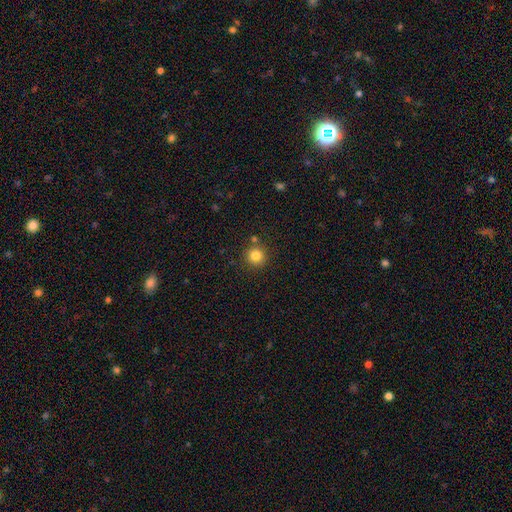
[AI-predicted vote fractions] Q: Smooth or featured?
A: smooth (82%); runner-up: star or artifact (12%)
Q: How rounded?
A: round (94%); runner-up: in between (5%)
Q: Merging?
A: none (85%); runner-up: minor disturbance (7%)